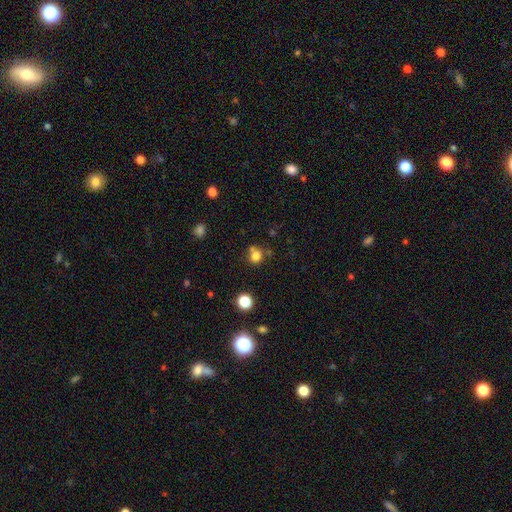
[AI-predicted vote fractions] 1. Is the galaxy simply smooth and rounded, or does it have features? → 77% smooth, 15% star or artifact, 8% featured or disk.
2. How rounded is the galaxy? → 82% round, 17% in between, 1% cigar-shaped.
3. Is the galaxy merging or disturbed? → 61% none, 22% merger, 13% minor disturbance, 5% major disturbance.